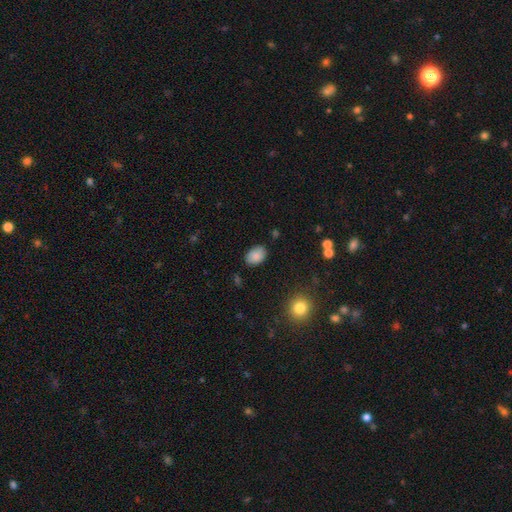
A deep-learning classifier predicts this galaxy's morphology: smooth-or-featured: smooth: 87% | star or artifact: 8% | featured or disk: 5%
  how-rounded: in between: 85% | round: 14% | cigar-shaped: 1%
  merging: none: 84% | minor disturbance: 12% | major disturbance: 3% | merger: 1%